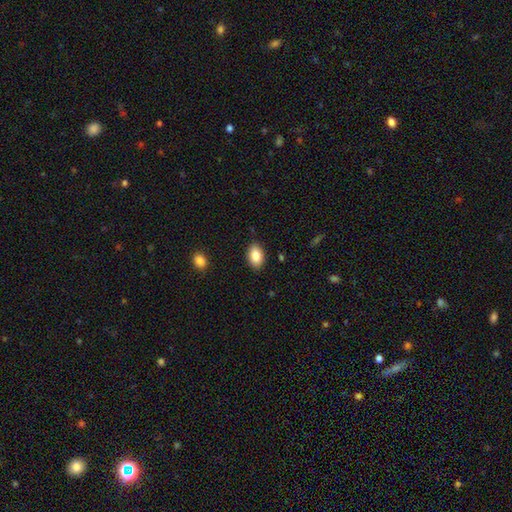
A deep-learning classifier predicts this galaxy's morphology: Smooth or featured? Predicted: smooth (p=0.86). How rounded? Predicted: in between (p=0.89). Merging? Predicted: none (p=0.87).